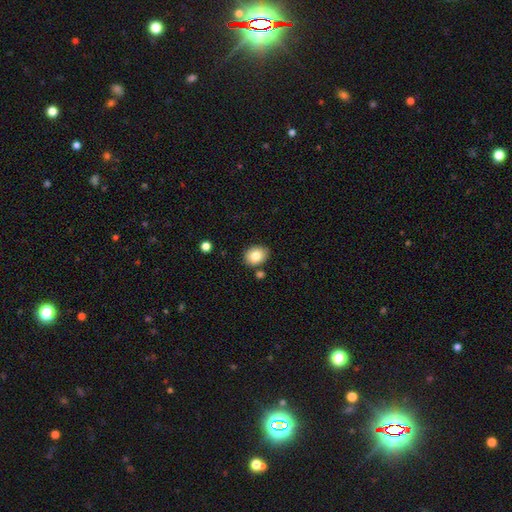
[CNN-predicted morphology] A smooth galaxy with no disk features (81%) that is in between round and cigar-shaped (54%). Merging: none (80%).